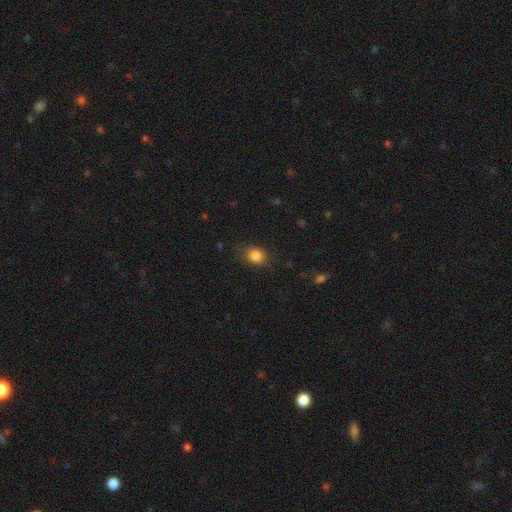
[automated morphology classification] A smooth galaxy with no disk features (84%) that is round (53%). Merging: none (82%).